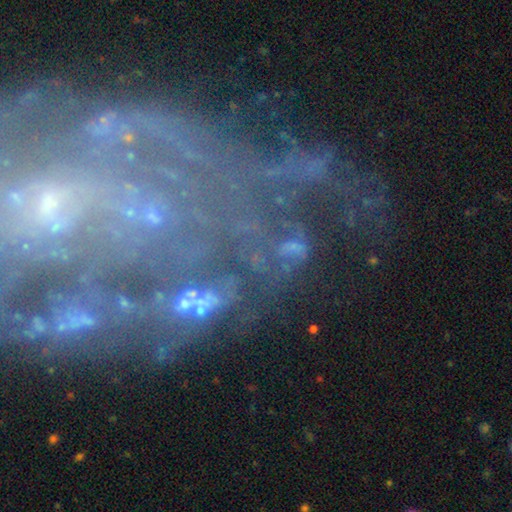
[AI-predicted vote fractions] smooth_or_featured: featured or disk (p=0.66) [alt: star or artifact p=0.22]
disk_edge_on: no (p=0.95) [alt: yes p=0.05]
bar: no (p=0.68) [alt: weak p=0.20]
has_spiral_arms: yes (p=0.73) [alt: no p=0.27]
bulge_size: small (p=0.57) [alt: none p=0.23]
merging: none (p=0.50) [alt: major disturbance p=0.22]